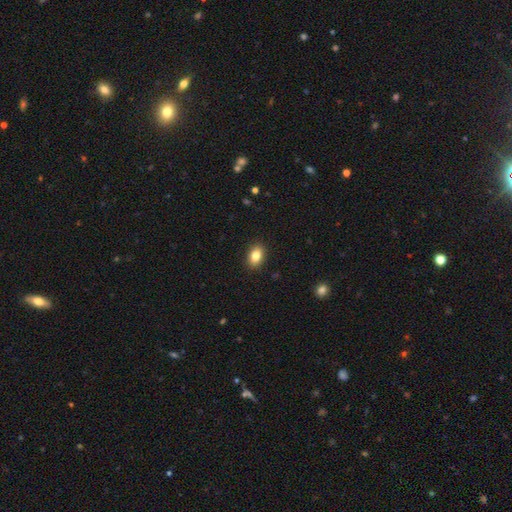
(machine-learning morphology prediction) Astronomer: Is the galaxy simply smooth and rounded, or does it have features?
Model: smooth — 83%.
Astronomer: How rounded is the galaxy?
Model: in between — 83%.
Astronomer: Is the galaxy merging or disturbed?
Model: none — 89%.